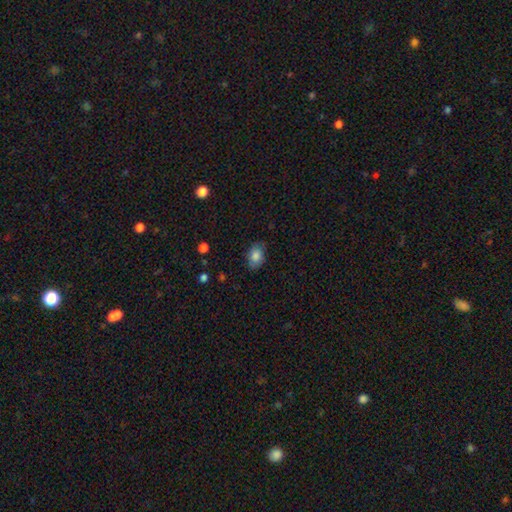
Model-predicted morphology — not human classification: Q: Smooth or featured?
A: smooth (84%); runner-up: star or artifact (8%)
Q: How rounded?
A: in between (79%); runner-up: round (20%)
Q: Merging?
A: none (79%); runner-up: minor disturbance (17%)